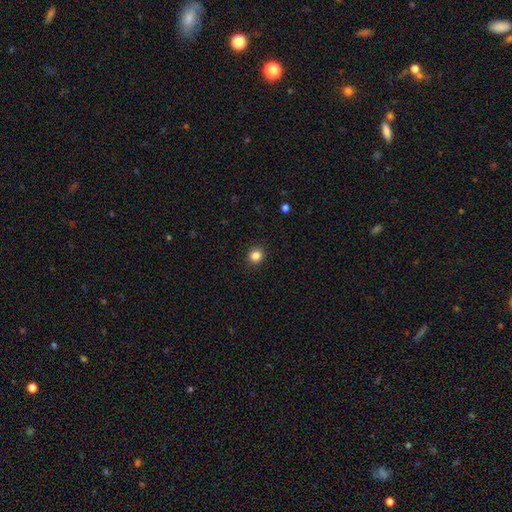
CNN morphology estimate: Smooth or featured? smooth (84%)
How rounded? round (86%)
Merging? none (92%)